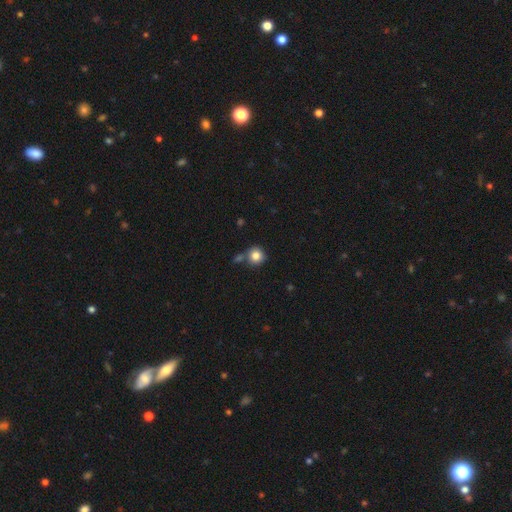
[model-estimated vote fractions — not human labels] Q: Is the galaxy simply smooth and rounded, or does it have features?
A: smooth — 82%.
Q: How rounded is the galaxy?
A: round — 92%.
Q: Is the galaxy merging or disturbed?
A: none — 69%.